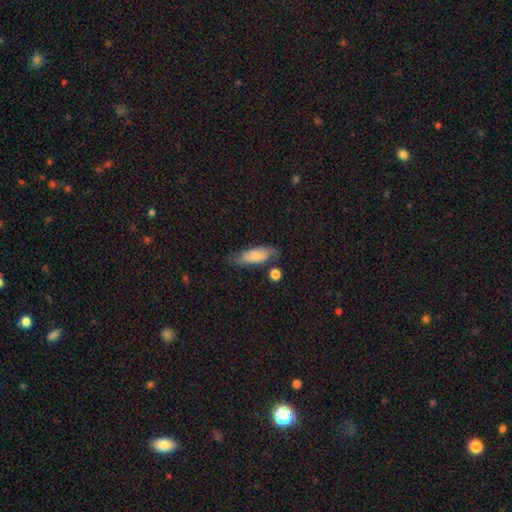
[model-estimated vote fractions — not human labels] Q: Smooth or featured?
A: smooth (67%); runner-up: featured or disk (27%)
Q: How rounded?
A: in between (69%); runner-up: cigar-shaped (28%)
Q: Merging?
A: none (61%); runner-up: minor disturbance (25%)